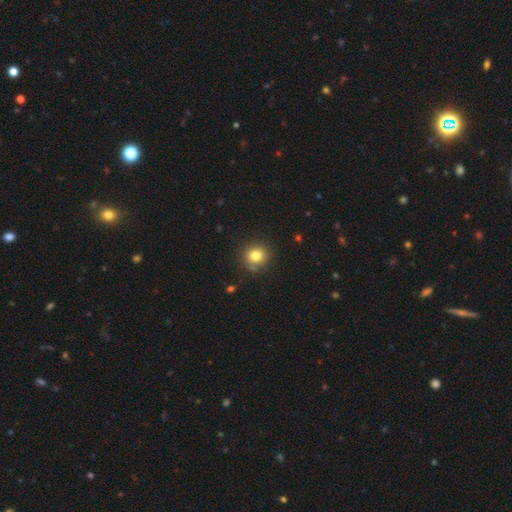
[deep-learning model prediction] A smooth galaxy with no disk features (81%) that is round (90%).

Vote fractions:
- Smooth or featured? smooth: 81% / star or artifact: 12% / featured or disk: 7%
- How rounded? round: 90% / in between: 9% / cigar-shaped: 1%
- Merging? none: 84% / minor disturbance: 10% / major disturbance: 3% / merger: 2%